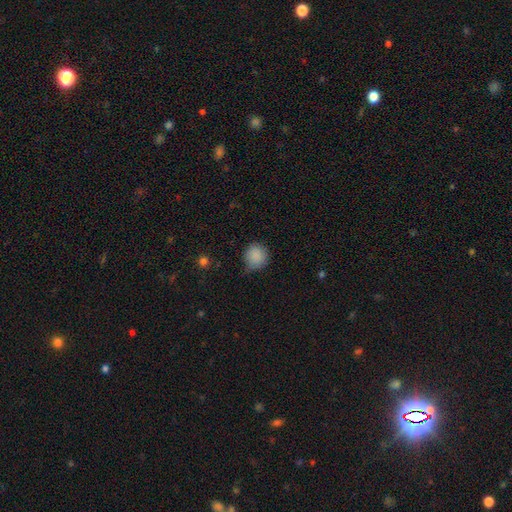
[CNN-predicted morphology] Smooth or featured: smooth — 87% (star or artifact — 9%)
How rounded: round — 87% (in between — 12%)
Merging: none — 62% (minor disturbance — 30%)